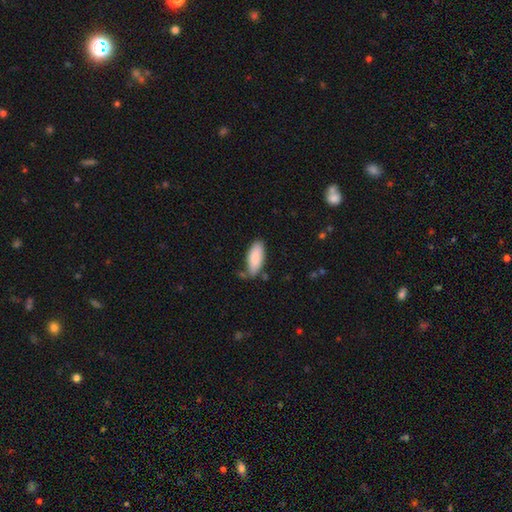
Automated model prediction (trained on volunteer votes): smooth 86%, featured or disk 8%, star or artifact 6%. Down the decision tree: how rounded — in between (81%); merging — none (67%).